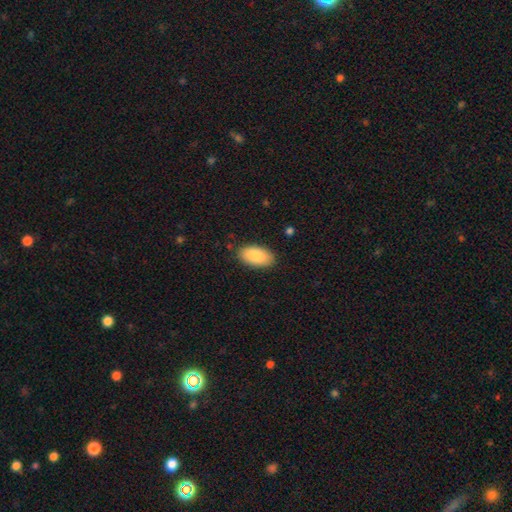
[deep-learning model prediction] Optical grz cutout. It shows a smooth galaxy with no disk features (86%) that is in between round and cigar-shaped (95%). Merging: none (86%).